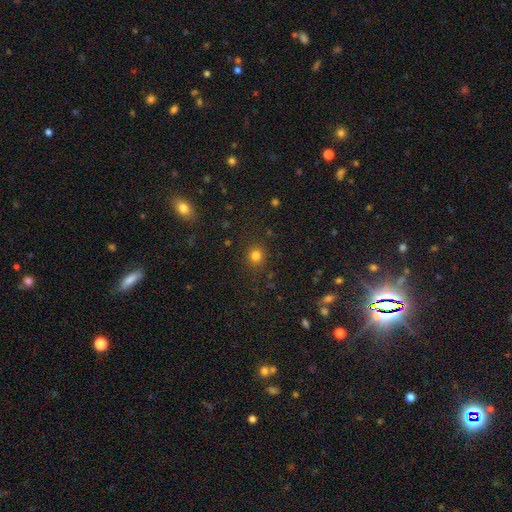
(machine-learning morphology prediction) Smooth or featured?
  - smooth: 80% *
  - star or artifact: 15%
  - featured or disk: 5%
How rounded?
  - round: 88% *
  - in between: 12%
  - cigar-shaped: 1%
Merging?
  - none: 87% *
  - minor disturbance: 8%
  - major disturbance: 3%
  - merger: 2%